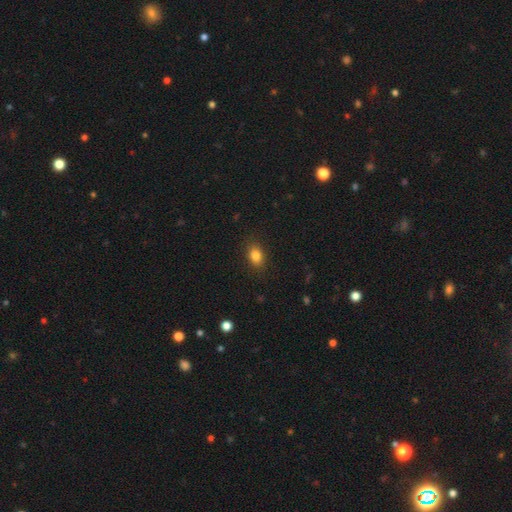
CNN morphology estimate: Smooth or featured: smooth — 84% (star or artifact — 10%)
How rounded: in between — 71% (round — 27%)
Merging: none — 86% (minor disturbance — 10%)